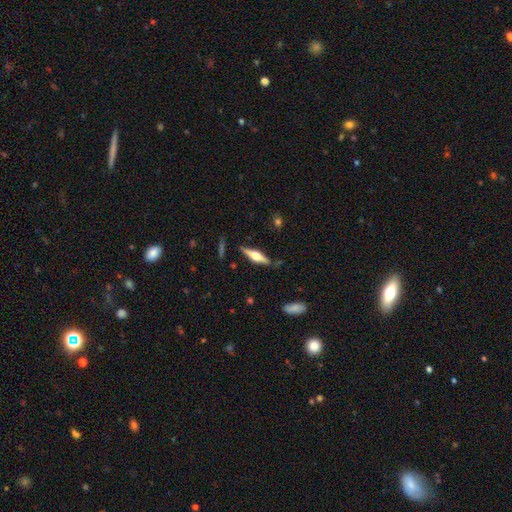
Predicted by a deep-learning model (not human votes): featured or disk 68%, smooth 26%, star or artifact 6%. Down the decision tree: edge-on disk — yes (97%); edge-on bulge — rounded (90%); merging — none (85%).